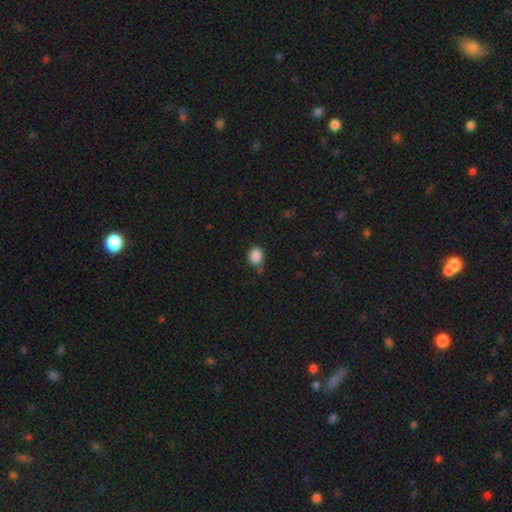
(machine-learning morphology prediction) Overall: smooth (87%). How rounded: round (51%; in between 48%). Merging: none (72%).